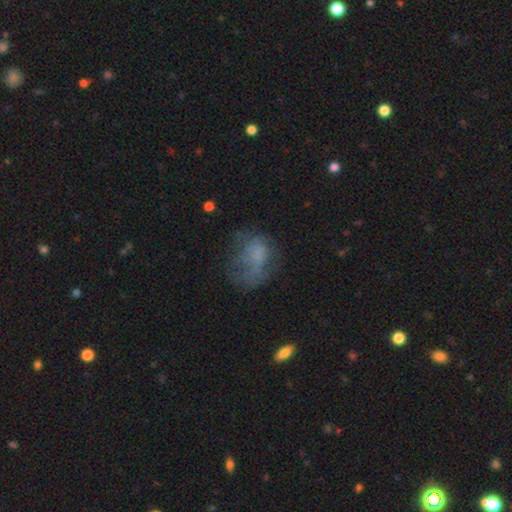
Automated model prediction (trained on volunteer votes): The model was most divided on "merging": major disturbance: 39%, none: 35%, minor disturbance: 23%, merger: 3%. Remaining: smooth or featured — smooth (50%).